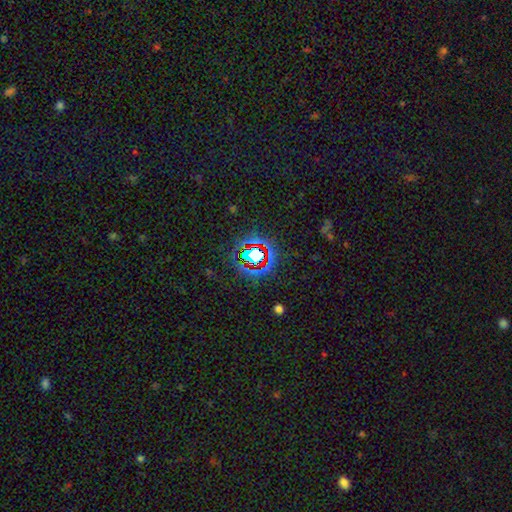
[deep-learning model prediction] Q: Smooth or featured?
A: star or artifact (73%); runner-up: smooth (16%)